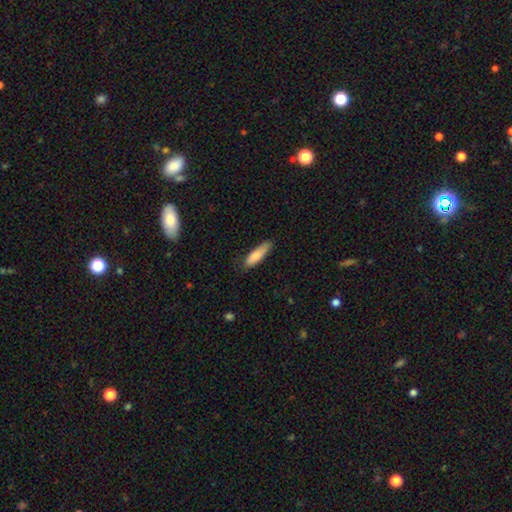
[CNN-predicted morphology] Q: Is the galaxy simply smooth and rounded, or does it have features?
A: smooth — 83%.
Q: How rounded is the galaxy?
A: cigar-shaped — 62%.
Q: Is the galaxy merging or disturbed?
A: none — 72%.